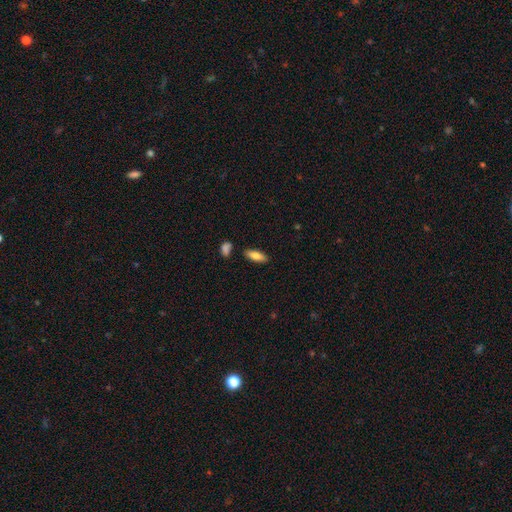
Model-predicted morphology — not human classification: A smooth galaxy with no disk features (79%) that is in between round and cigar-shaped (66%).

Vote fractions:
- Smooth or featured? smooth: 79% / featured or disk: 14% / star or artifact: 6%
- How rounded? in between: 66% / cigar-shaped: 32% / round: 2%
- Merging? none: 84% / minor disturbance: 10% / merger: 4% / major disturbance: 2%